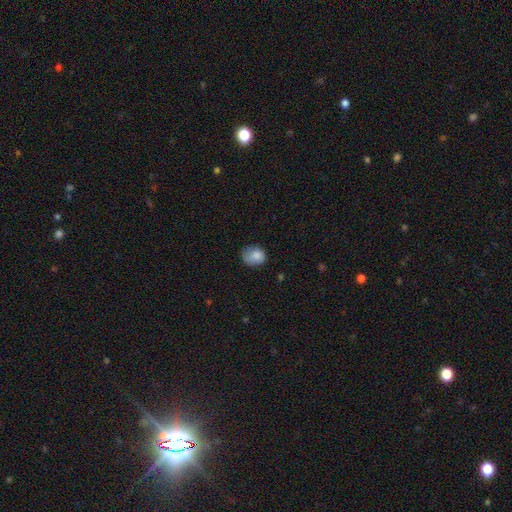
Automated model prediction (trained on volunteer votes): Smooth or featured? smooth (81%)
How rounded? round (54%)
Merging? none (50%)